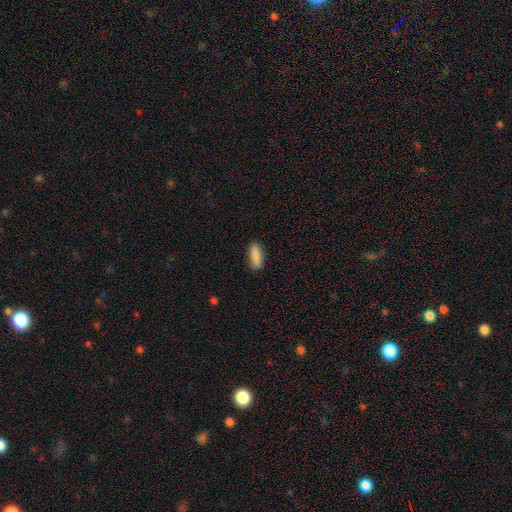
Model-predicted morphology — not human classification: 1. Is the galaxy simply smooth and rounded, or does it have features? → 88% smooth, 7% star or artifact, 6% featured or disk.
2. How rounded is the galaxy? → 62% in between, 36% cigar-shaped, 2% round.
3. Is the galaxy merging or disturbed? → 84% none, 12% minor disturbance, 2% major disturbance, 1% merger.